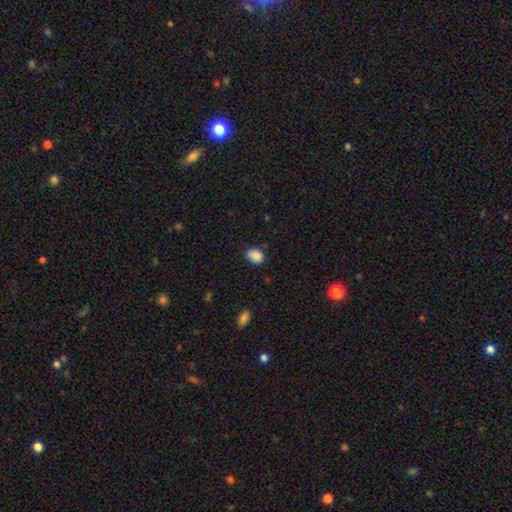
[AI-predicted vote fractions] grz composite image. It shows a smooth galaxy with no disk features (88%) that is in between round and cigar-shaped (69%). Merging: none (78%).